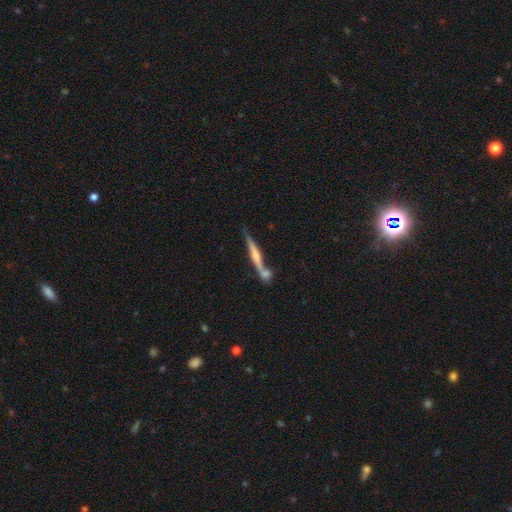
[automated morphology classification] featured or disk 62%, smooth 31%, star or artifact 6%. Down the decision tree: edge-on disk — yes (95%); edge-on bulge — rounded (68%); merging — none (54%).